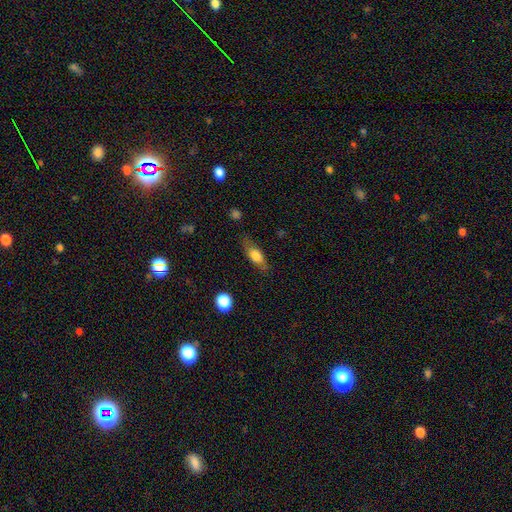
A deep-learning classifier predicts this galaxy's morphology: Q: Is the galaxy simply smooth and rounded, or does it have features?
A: smooth — 71%.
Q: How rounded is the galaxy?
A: in between — 70%.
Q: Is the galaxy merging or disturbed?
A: none — 69%.